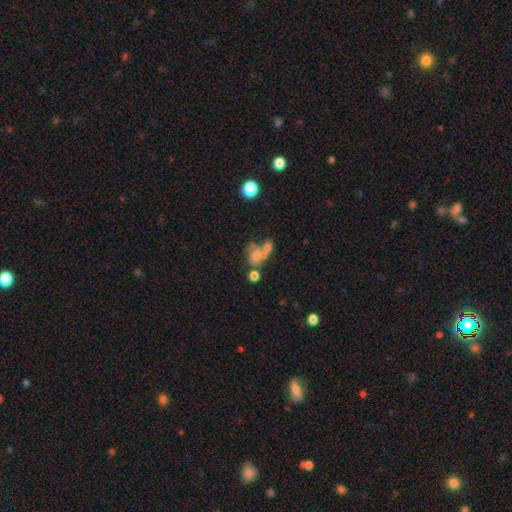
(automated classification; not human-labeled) Smooth or featured: smooth — 50% (featured or disk — 32%)
How rounded: round — 54% (in between — 44%)
Merging: merger — 51% (none — 25%)